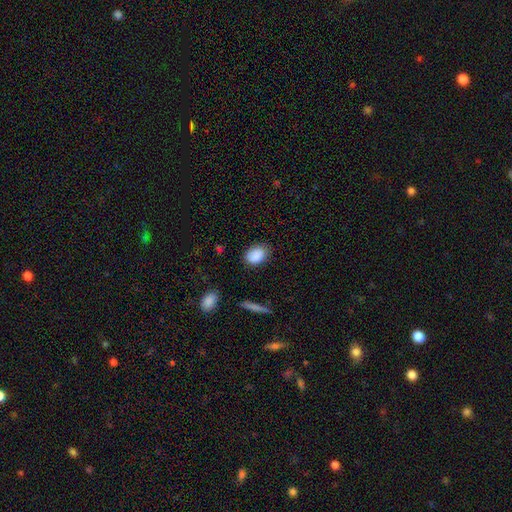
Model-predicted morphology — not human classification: Smooth or featured? Predicted: smooth (p=0.88). How rounded? Predicted: in between (p=0.77). Merging? Predicted: none (p=0.77).